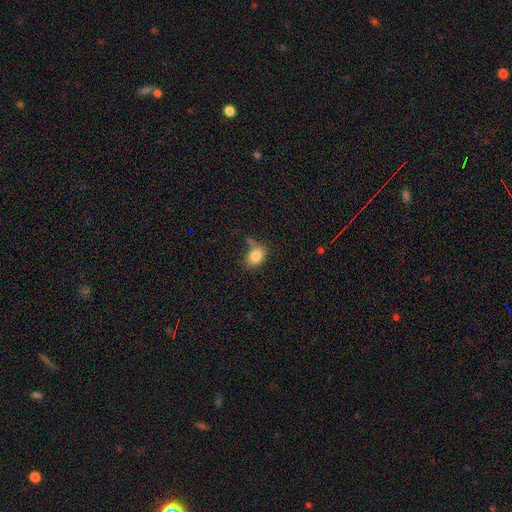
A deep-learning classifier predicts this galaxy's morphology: Overall: smooth (83%). How rounded: in between (72%). Merging: none (52%; minor disturbance 25%).